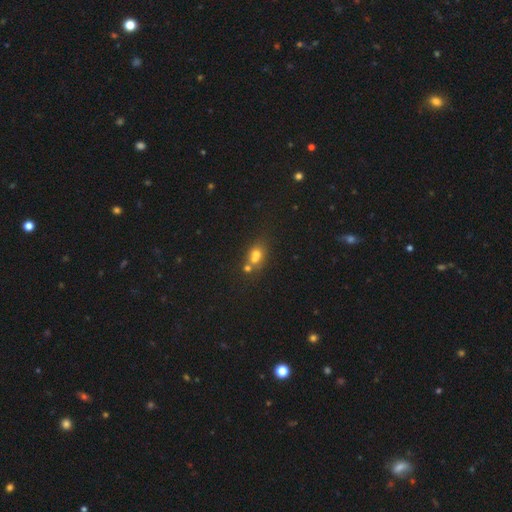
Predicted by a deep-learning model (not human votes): Smooth or featured? Predicted: smooth (p=0.60). How rounded? Predicted: round (p=0.55). Merging? Predicted: merger (p=0.53).